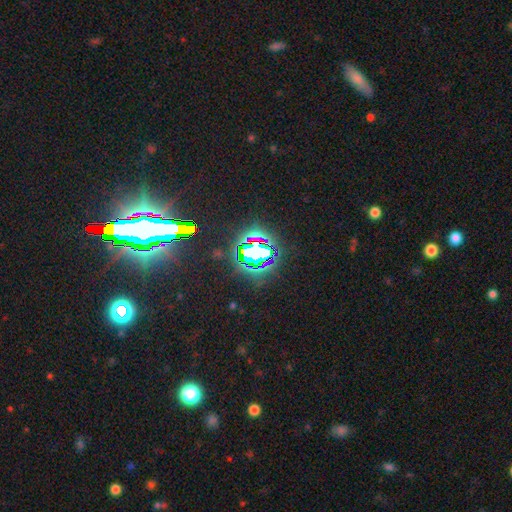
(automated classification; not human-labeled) smooth_or_featured: star or artifact (p=0.73) [alt: smooth p=0.16]